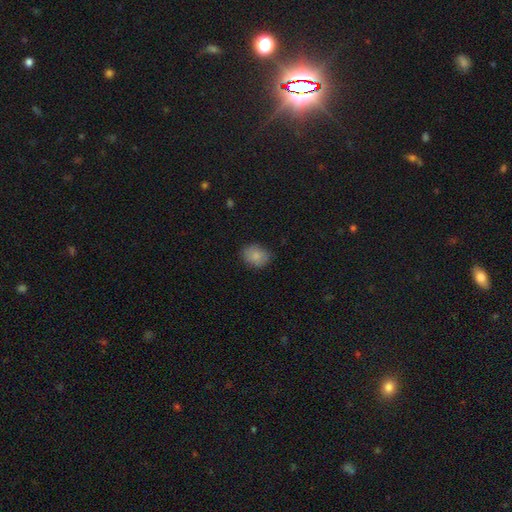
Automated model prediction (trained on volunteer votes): Overall: smooth (85%). How rounded: in between (51%; round 48%). Merging: none (81%).